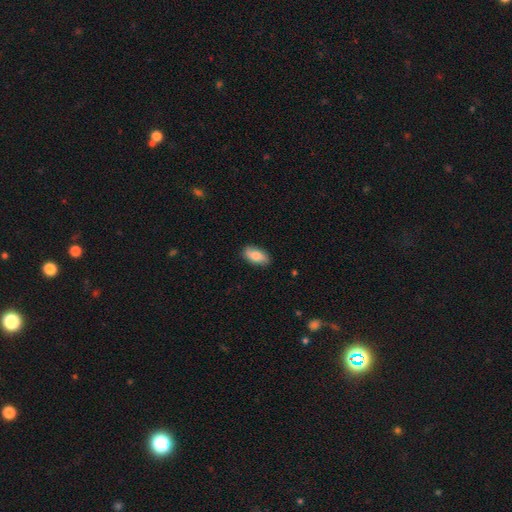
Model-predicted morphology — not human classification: Smooth or featured?
  - smooth: 77% *
  - featured or disk: 17%
  - star or artifact: 7%
How rounded?
  - in between: 91% *
  - cigar-shaped: 5%
  - round: 3%
Merging?
  - none: 84% *
  - minor disturbance: 13%
  - major disturbance: 2%
  - merger: 1%